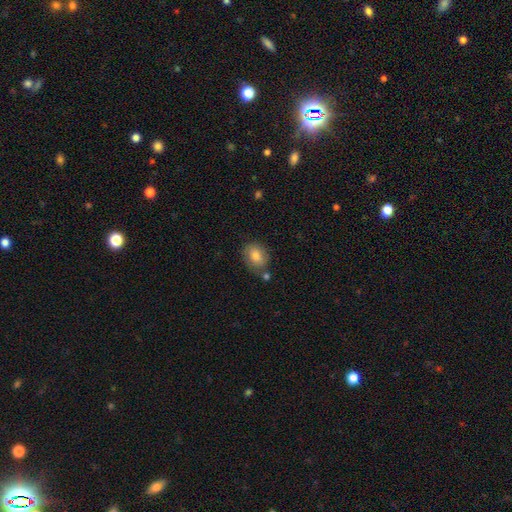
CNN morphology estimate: Smooth or featured? smooth (75%)
How rounded? in between (58%)
Merging? none (69%)